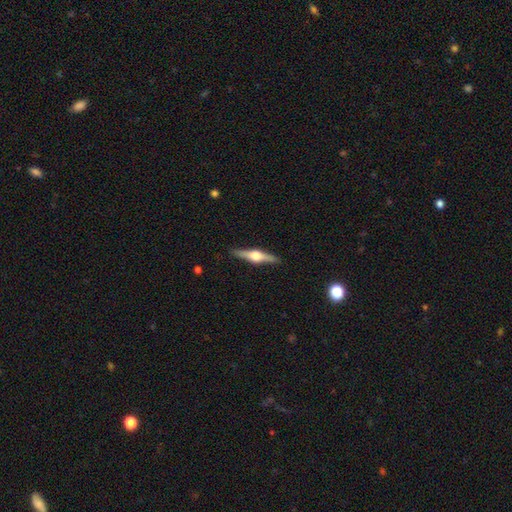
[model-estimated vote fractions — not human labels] Smooth or featured? featured or disk (76%)
Edge-on disk? yes (98%)
Edge-on bulge? rounded (94%)
Merging? none (91%)